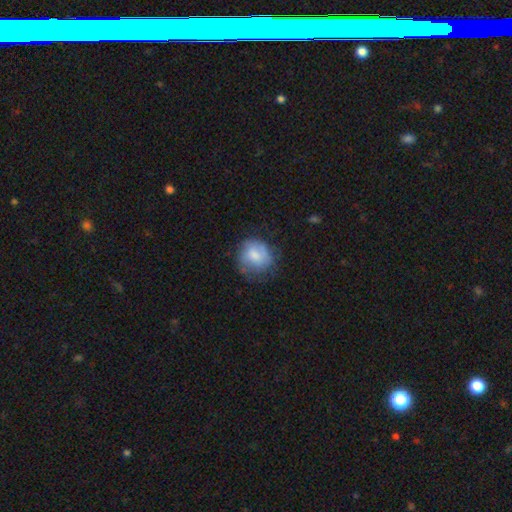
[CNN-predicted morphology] Smooth or featured?
  - smooth: 69% *
  - featured or disk: 23%
  - star or artifact: 8%
How rounded?
  - round: 76% *
  - in between: 23%
  - cigar-shaped: 1%
Merging?
  - none: 56% *
  - minor disturbance: 27%
  - major disturbance: 15%
  - merger: 2%